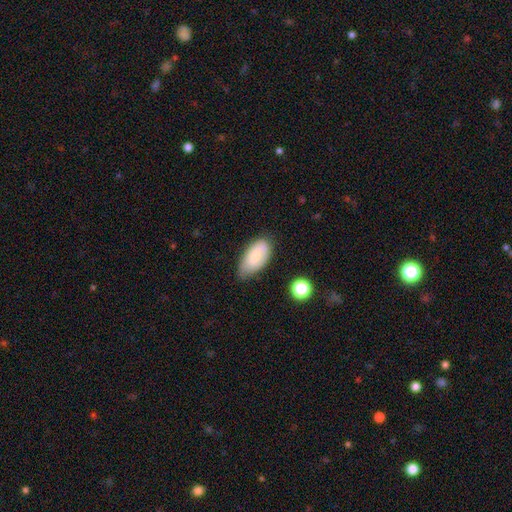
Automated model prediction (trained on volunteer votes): Morphology: type=smooth (70%); roundness=in between (94%); merging=none (57%).